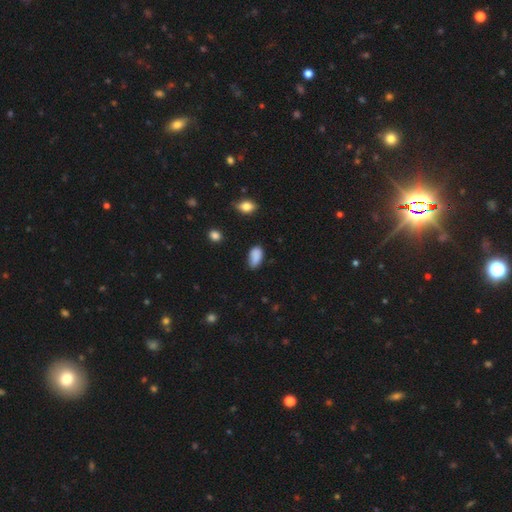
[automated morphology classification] Smooth or featured?
  - smooth: 86% *
  - star or artifact: 9%
  - featured or disk: 5%
How rounded?
  - in between: 92% *
  - round: 5%
  - cigar-shaped: 3%
Merging?
  - none: 61% *
  - minor disturbance: 31%
  - major disturbance: 5%
  - merger: 2%